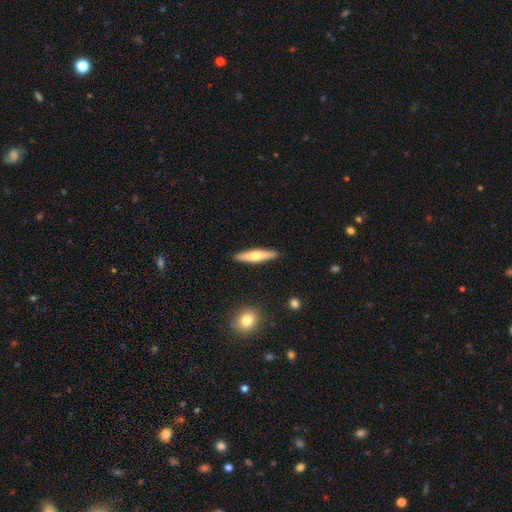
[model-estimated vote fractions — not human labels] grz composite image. It shows a smooth galaxy with no disk features (51%) that is cigar-shaped (82%). Merging: none (90%).